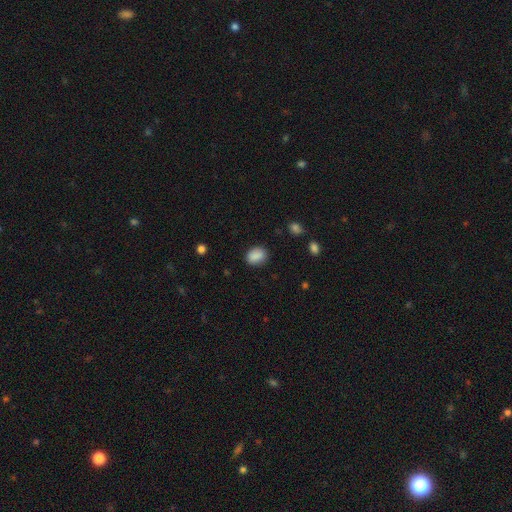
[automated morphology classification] A smooth galaxy with no disk features (88%) that is in between round and cigar-shaped (74%). Merging: none (84%).